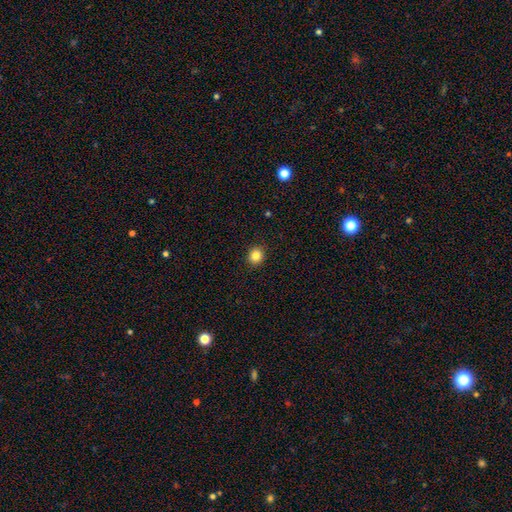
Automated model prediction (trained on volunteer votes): Smooth or featured: smooth — 84% (star or artifact — 11%)
How rounded: round — 82% (in between — 17%)
Merging: none — 91% (minor disturbance — 6%)